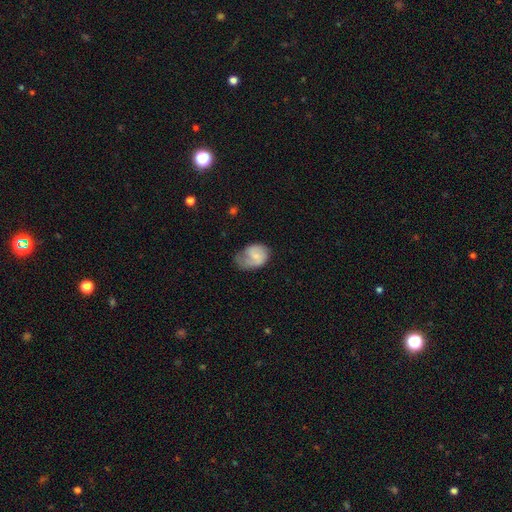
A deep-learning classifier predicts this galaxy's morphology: smooth-or-featured: smooth: 55% | featured or disk: 38% | star or artifact: 7%
  how-rounded: in between: 68% | round: 31% | cigar-shaped: 1%
  merging: minor disturbance: 36% | major disturbance: 32% | none: 30% | merger: 2%